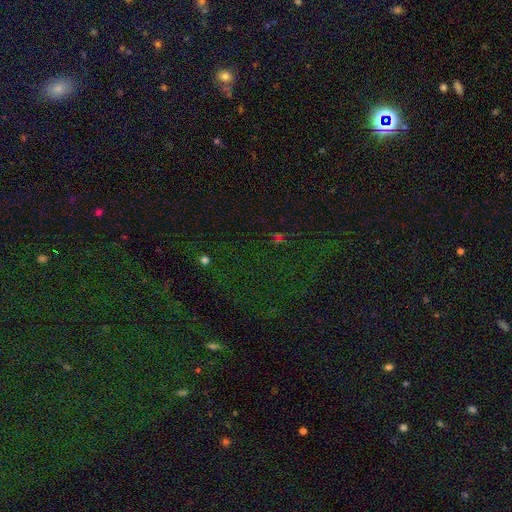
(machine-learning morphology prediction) Smooth or featured?
  - star or artifact: 75% *
  - smooth: 15%
  - featured or disk: 10%